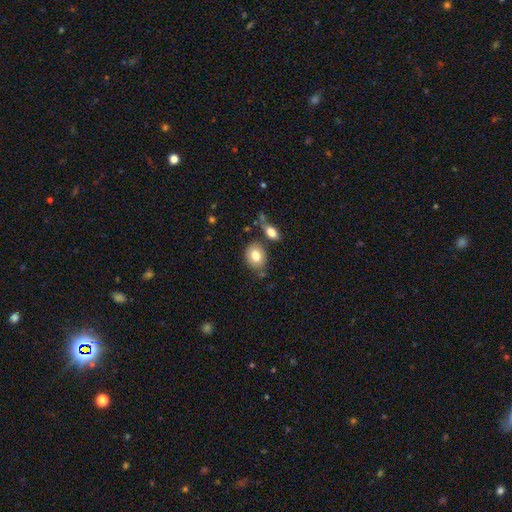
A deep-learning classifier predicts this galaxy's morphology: A smooth galaxy with no disk features (80%) that is in between round and cigar-shaped (57%). Merging: none (69%).